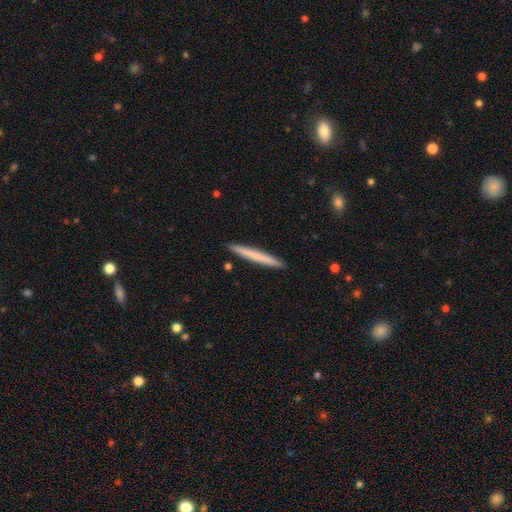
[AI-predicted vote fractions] Smooth or featured? smooth (67%)
How rounded? cigar-shaped (97%)
Merging? none (93%)